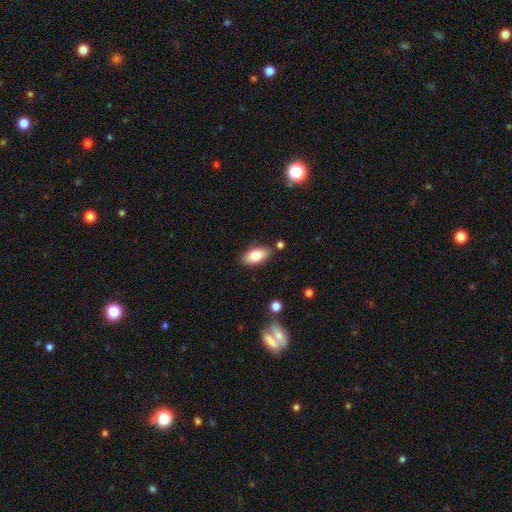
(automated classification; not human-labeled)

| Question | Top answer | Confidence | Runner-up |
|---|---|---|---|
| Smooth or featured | smooth | 79% | featured or disk (14%) |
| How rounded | in between | 90% | cigar-shaped (7%) |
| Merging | none | 82% | minor disturbance (11%) |